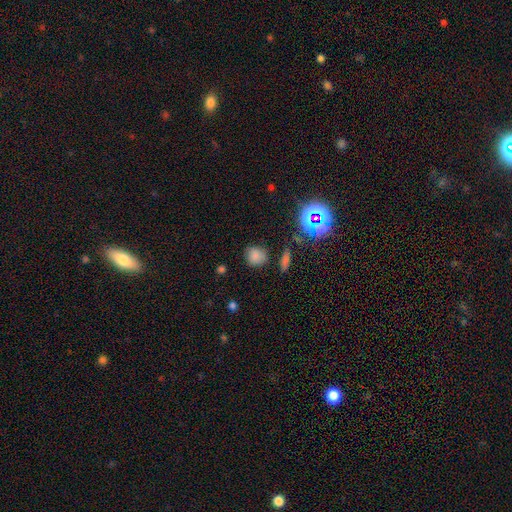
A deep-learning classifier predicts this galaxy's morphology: smooth-or-featured: smooth: 74% | star or artifact: 19% | featured or disk: 7%
  how-rounded: round: 82% | in between: 17% | cigar-shaped: 2%
  merging: none: 78% | minor disturbance: 14% | major disturbance: 4% | merger: 3%